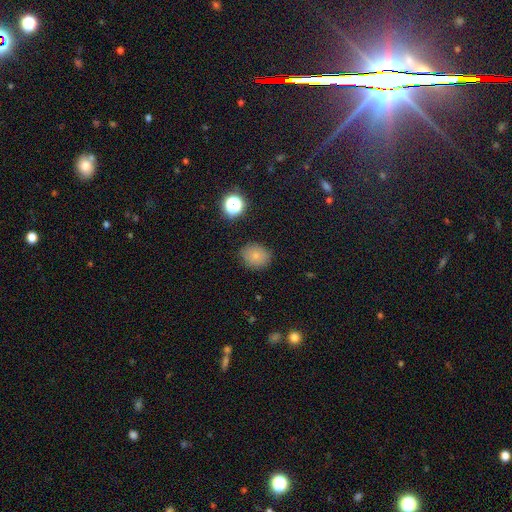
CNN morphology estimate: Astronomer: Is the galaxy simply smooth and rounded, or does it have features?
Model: smooth — 79%.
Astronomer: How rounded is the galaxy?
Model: round — 60% (runner-up: in between, 39%).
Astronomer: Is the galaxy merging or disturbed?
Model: none — 84%.